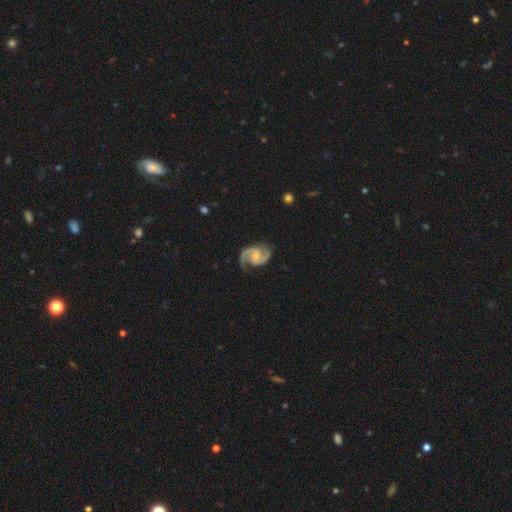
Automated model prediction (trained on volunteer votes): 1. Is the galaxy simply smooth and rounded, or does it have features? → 91% featured or disk, 5% smooth, 4% star or artifact.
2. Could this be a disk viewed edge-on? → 98% no, 2% yes.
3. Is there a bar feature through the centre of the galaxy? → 51% no, 40% weak, 9% strong.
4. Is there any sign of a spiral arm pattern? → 98% yes, 2% no.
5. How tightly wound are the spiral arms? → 58% medium, 25% tight, 17% loose.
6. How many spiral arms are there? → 93% 2, 2% can't tell, 2% 1, 1% 3, 1% 4, 1% more than 4.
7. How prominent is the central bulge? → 56% small, 35% moderate, 6% none, 2% large, 1% dominant.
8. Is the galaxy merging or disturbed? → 76% none, 17% minor disturbance, 6% major disturbance, 2% merger.